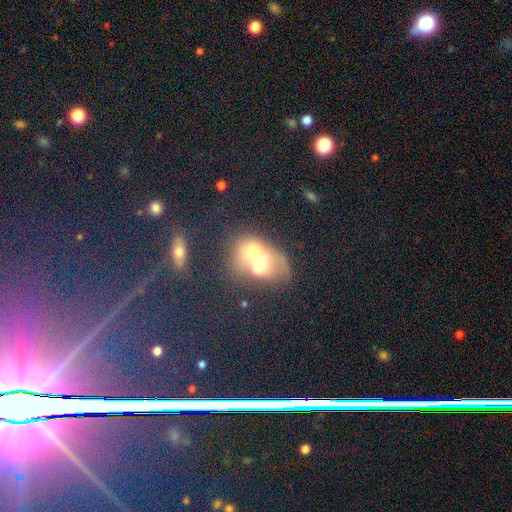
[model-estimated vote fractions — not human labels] smooth 55%, featured or disk 35%, star or artifact 11%. Down the decision tree: how rounded — in between (57%); merging — merger (76%).